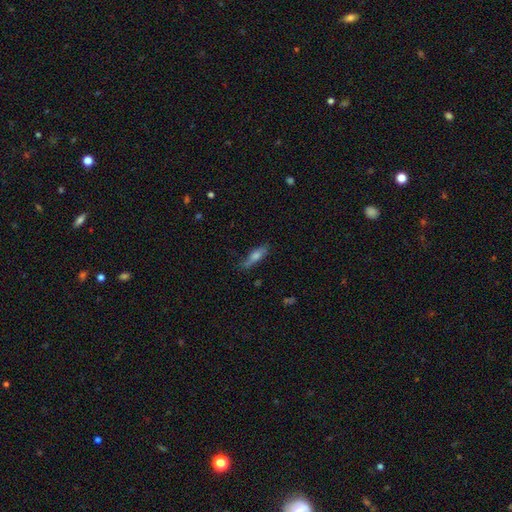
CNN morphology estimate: Smooth or featured? smooth (52%)
How rounded? cigar-shaped (70%)
Merging? none (73%)